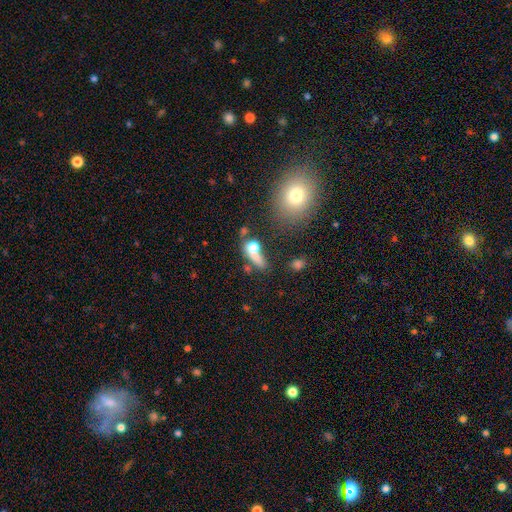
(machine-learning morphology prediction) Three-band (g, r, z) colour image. It shows a smooth galaxy with no disk features (67%) that is in between round and cigar-shaped (44%). Merging: merger (32%, tied with none).